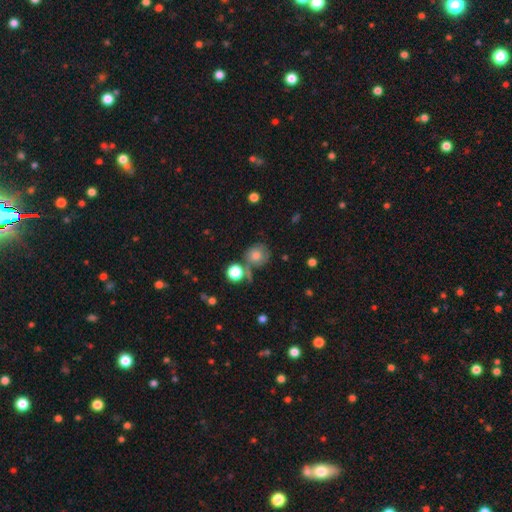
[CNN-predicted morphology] Smooth or featured? smooth (71%)
How rounded? round (85%)
Merging? none (60%)